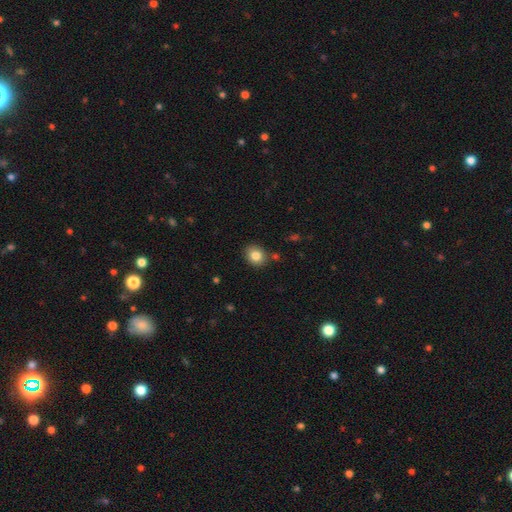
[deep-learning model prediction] Smooth or featured: smooth — 83% (star or artifact — 9%)
How rounded: round — 60% (in between — 39%)
Merging: none — 83% (minor disturbance — 10%)